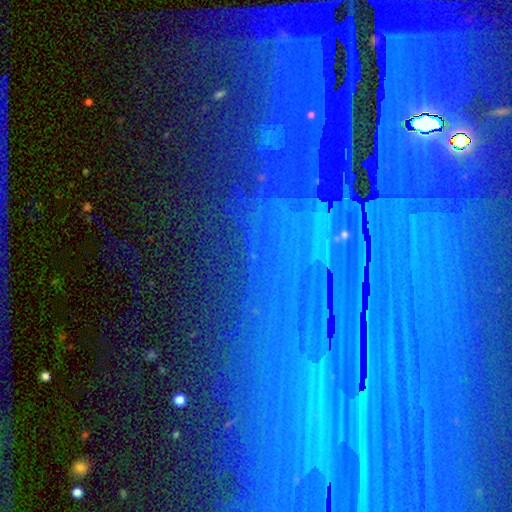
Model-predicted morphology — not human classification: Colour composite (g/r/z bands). It shows a star or artifact, not a galaxy (76%).